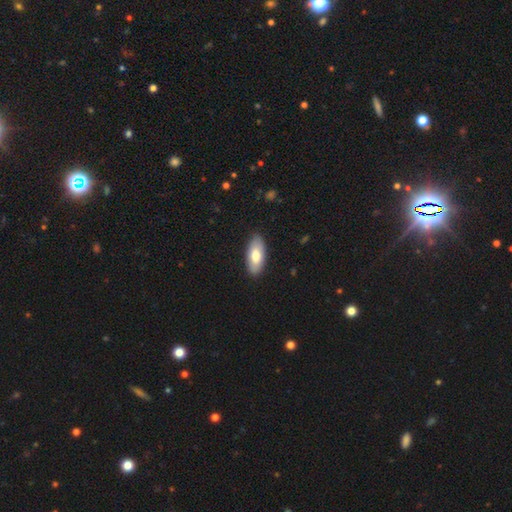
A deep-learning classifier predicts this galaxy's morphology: A smooth galaxy with no disk features (73%) that is in between round and cigar-shaped (88%). Merging: none (87%).